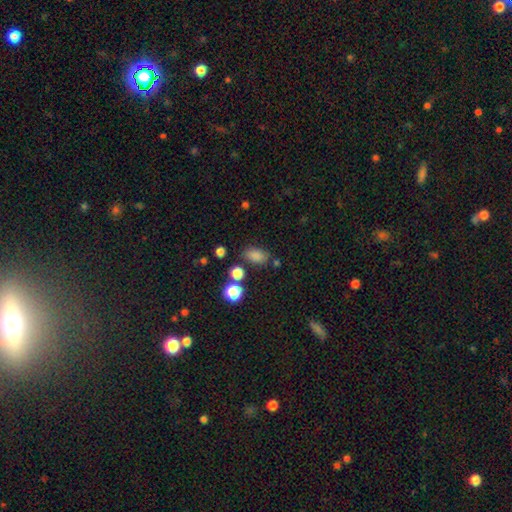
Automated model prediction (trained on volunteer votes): A smooth galaxy with no disk features (82%) that is in between round and cigar-shaped (85%).

Vote fractions:
- Smooth or featured? smooth: 82% / star or artifact: 13% / featured or disk: 5%
- How rounded? in between: 85% / round: 13% / cigar-shaped: 2%
- Merging? none: 74% / minor disturbance: 15% / merger: 7% / major disturbance: 5%